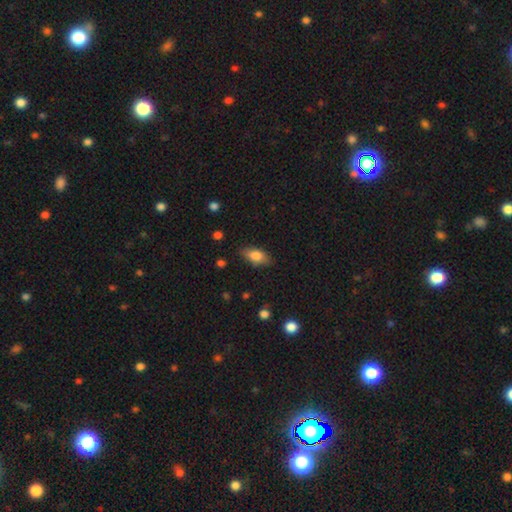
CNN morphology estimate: Q: Smooth or featured?
A: smooth (80%); runner-up: featured or disk (12%)
Q: How rounded?
A: in between (86%); runner-up: cigar-shaped (10%)
Q: Merging?
A: none (82%); runner-up: minor disturbance (14%)